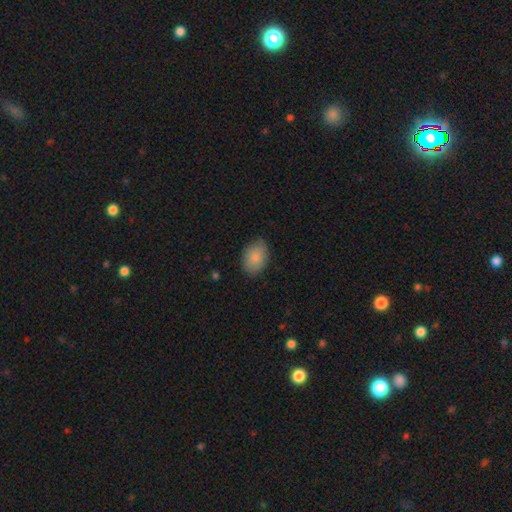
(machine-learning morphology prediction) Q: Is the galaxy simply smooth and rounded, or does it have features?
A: smooth — 86%.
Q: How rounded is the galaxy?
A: in between — 82%.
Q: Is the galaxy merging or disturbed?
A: none — 79%.